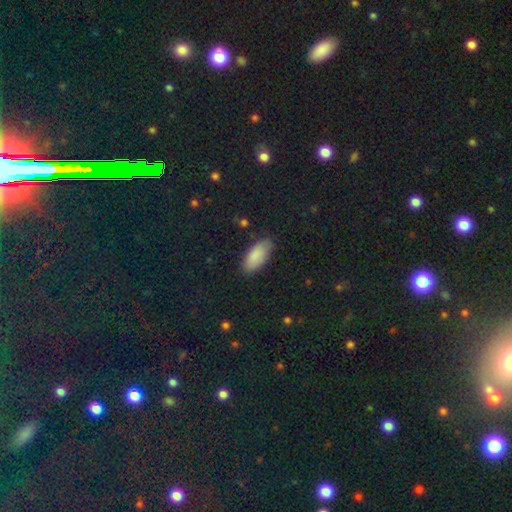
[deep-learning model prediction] Q: Smooth or featured?
A: smooth (86%); runner-up: star or artifact (8%)
Q: How rounded?
A: in between (88%); runner-up: cigar-shaped (10%)
Q: Merging?
A: none (83%); runner-up: minor disturbance (13%)